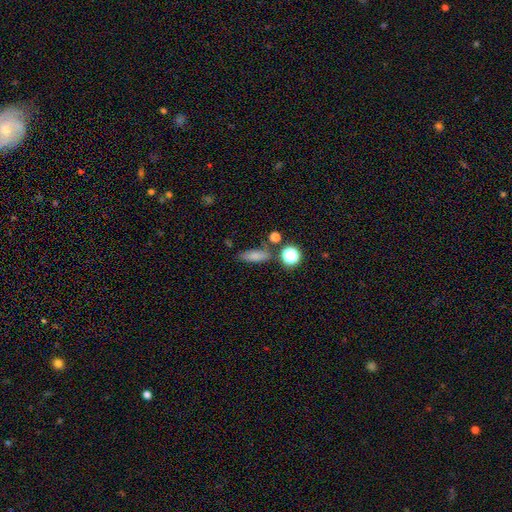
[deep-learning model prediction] Morphology: type=smooth (76%); roundness=in between (56%); merging=none (70%).